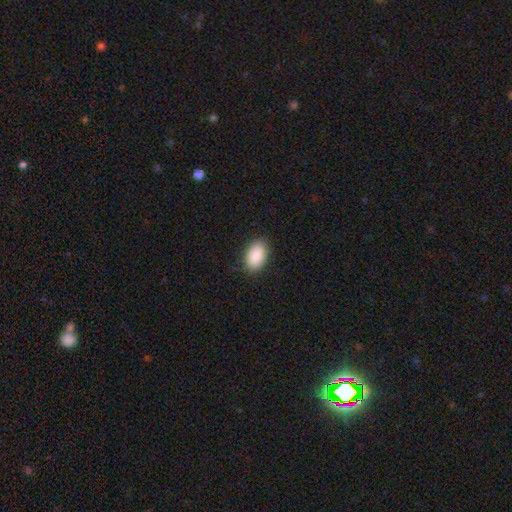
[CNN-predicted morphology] A smooth galaxy with no disk features (90%) that is in between round and cigar-shaped (93%). Merging: none (87%).